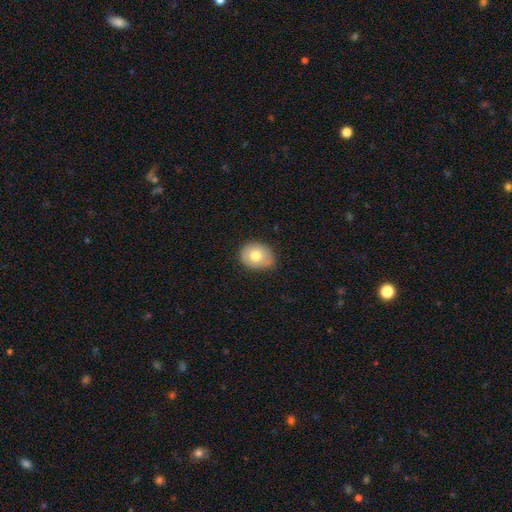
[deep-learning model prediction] A smooth galaxy with no disk features (74%) that is in between round and cigar-shaped (54%). Merging: none (73%).